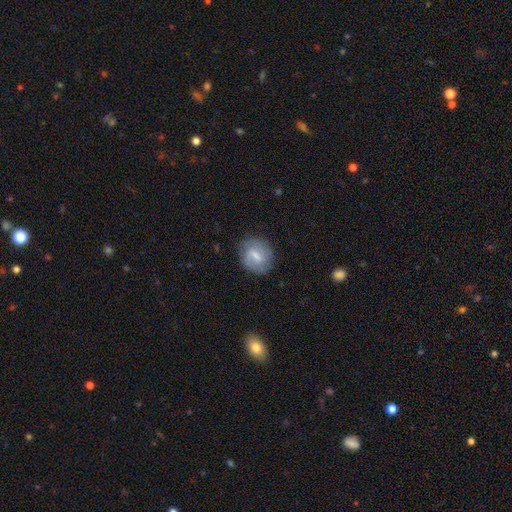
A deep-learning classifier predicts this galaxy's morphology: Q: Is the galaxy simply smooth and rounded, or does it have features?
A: smooth — 49%.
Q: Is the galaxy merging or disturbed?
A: none — 75%.